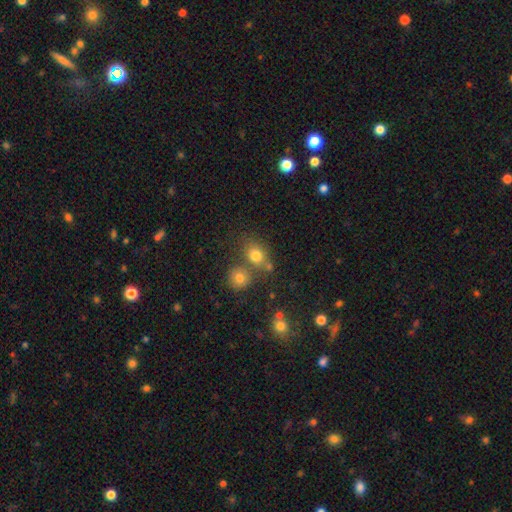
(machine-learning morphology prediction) This is likely a smooth galaxy (76%). How rounded: likely round (65%). Merging: possibly none (57%).